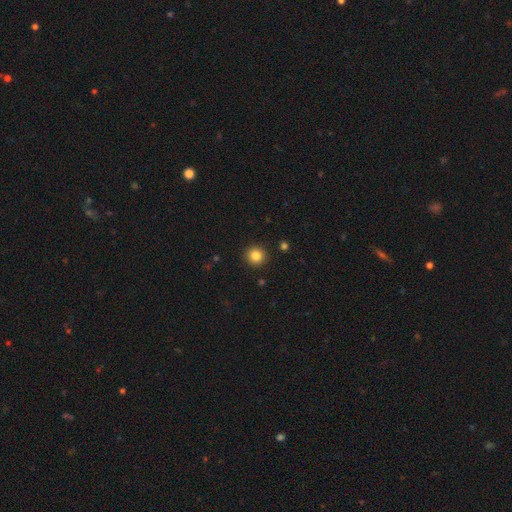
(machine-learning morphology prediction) The model was most divided on "smooth or featured": smooth: 84%, star or artifact: 11%, featured or disk: 5%. More confident: how rounded — round (95%); merging — none (92%).